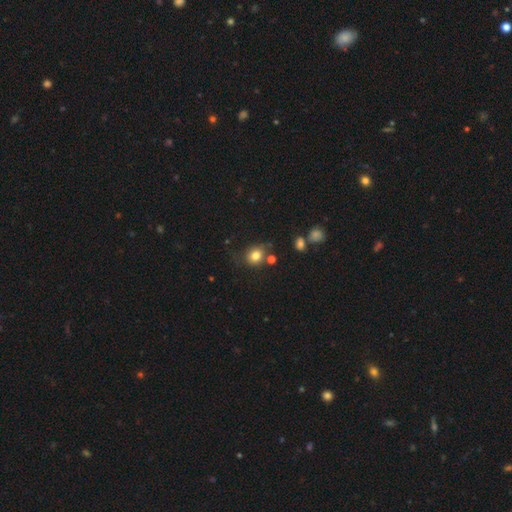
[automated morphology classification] Q: Smooth or featured?
A: smooth (80%); runner-up: star or artifact (12%)
Q: How rounded?
A: round (69%); runner-up: in between (30%)
Q: Merging?
A: none (64%); runner-up: minor disturbance (20%)